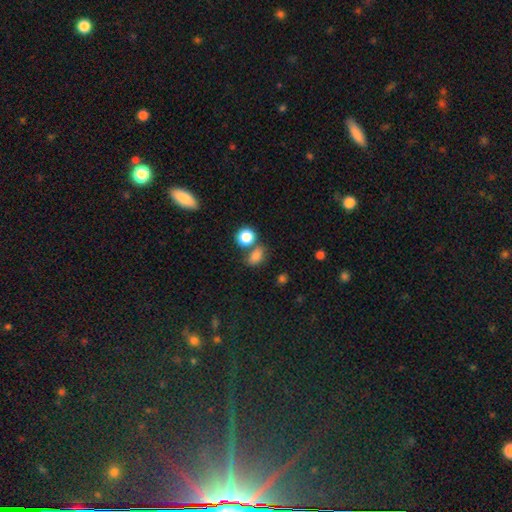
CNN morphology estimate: smooth-or-featured: smooth: 79% | star or artifact: 14% | featured or disk: 7%
  how-rounded: in between: 68% | round: 29% | cigar-shaped: 2%
  merging: none: 58% | merger: 22% | minor disturbance: 15% | major disturbance: 5%